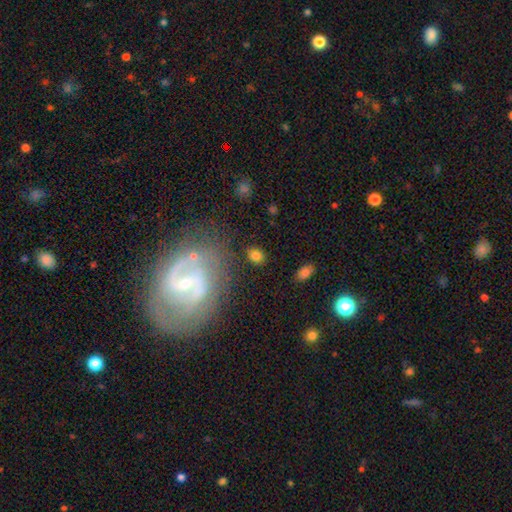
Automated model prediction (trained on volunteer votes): Morphology: type=smooth (79%); roundness=round (50%); merging=none (84%).